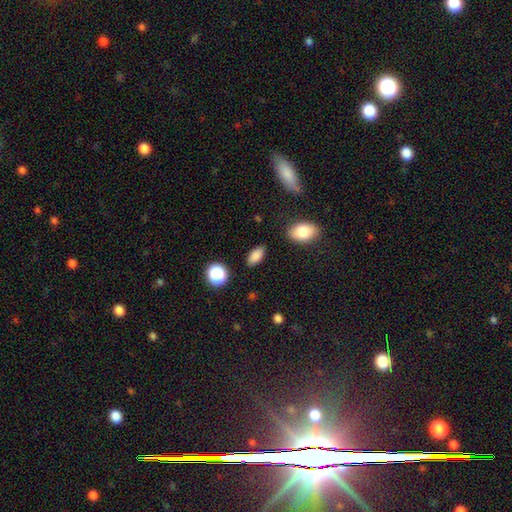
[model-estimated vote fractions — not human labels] Smooth or featured? Predicted: smooth (p=0.85). How rounded? Predicted: in between (p=0.88). Merging? Predicted: none (p=0.87).